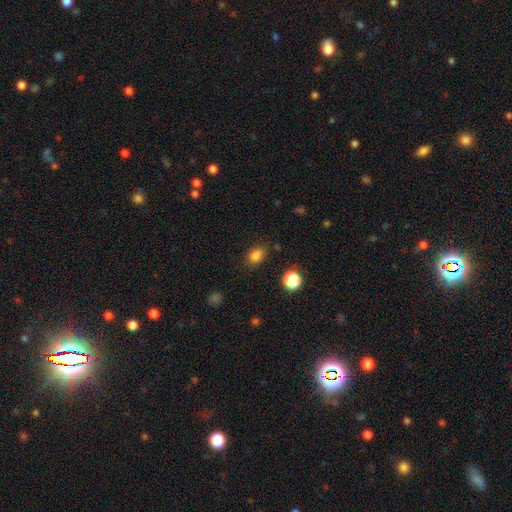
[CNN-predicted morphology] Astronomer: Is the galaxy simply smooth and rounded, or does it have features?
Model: smooth — 81%.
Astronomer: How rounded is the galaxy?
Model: in between — 64%.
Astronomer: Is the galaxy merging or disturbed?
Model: none — 75%.